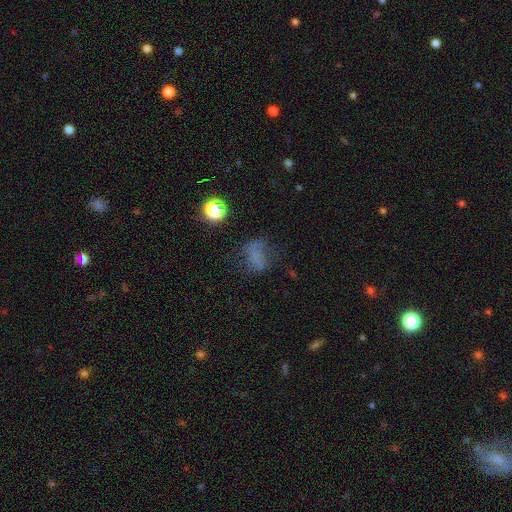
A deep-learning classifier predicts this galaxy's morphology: This is possibly a smooth galaxy (47%). Merging: possibly none (47%).